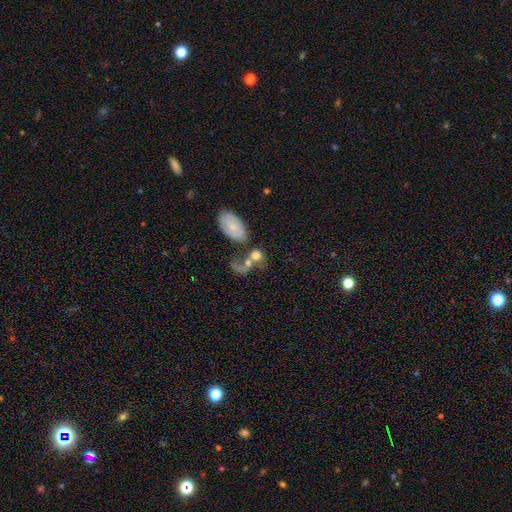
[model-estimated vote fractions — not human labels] A smooth galaxy with no disk features (66%) that is round (58%). Merging: merger (46%).